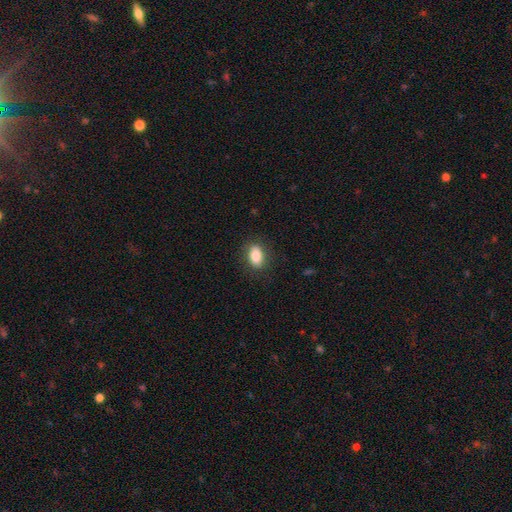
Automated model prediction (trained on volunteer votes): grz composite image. It shows a smooth galaxy with no disk features (83%) that is in between round and cigar-shaped (85%). Merging: none (85%).